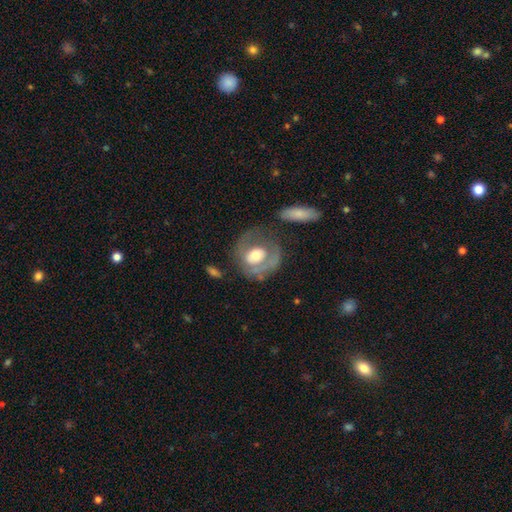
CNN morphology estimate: Smooth or featured? Predicted: featured or disk (p=0.58). Edge-on disk? Predicted: no (p=0.95). Bar? Predicted: no (p=0.69). Spiral arms? Predicted: no (p=0.55). Bulge size? Predicted: moderate (p=0.59). Merging? Predicted: none (p=0.52).